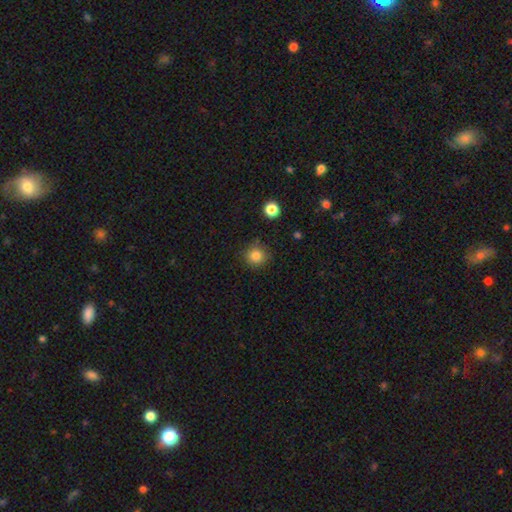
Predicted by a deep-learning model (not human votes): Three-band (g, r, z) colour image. It shows a smooth galaxy with no disk features (83%) that is round (93%). Merging: none (86%).